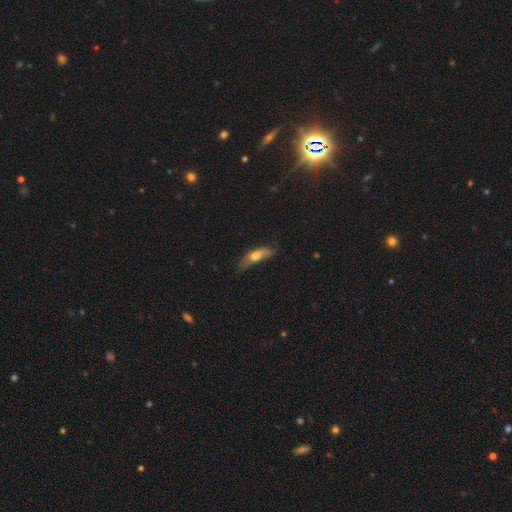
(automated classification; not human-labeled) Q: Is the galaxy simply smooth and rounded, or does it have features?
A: smooth — 67%.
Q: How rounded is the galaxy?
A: in between — 53%.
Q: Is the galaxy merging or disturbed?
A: none — 36%.